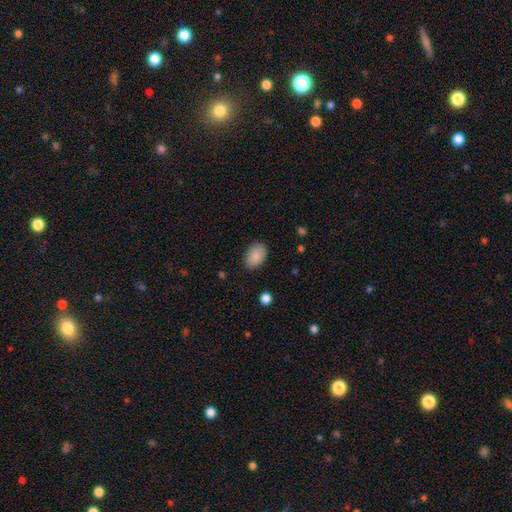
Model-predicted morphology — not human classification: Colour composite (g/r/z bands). It shows a smooth galaxy with no disk features (88%) that is in between round and cigar-shaped (86%). Merging: none (84%).